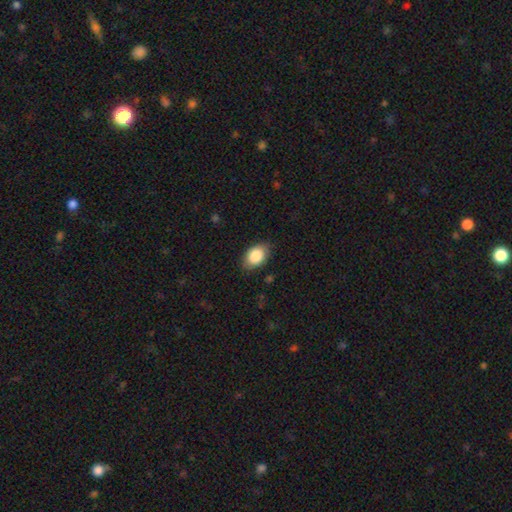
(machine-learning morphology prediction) smooth-or-featured: smooth: 86% | star or artifact: 7% | featured or disk: 7%
  how-rounded: in between: 87% | round: 12% | cigar-shaped: 1%
  merging: none: 83% | minor disturbance: 13% | major disturbance: 3% | merger: 1%